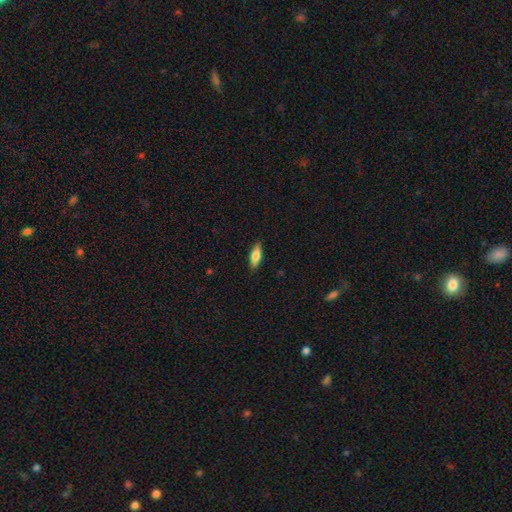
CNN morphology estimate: type=smooth (71%); roundness=in between (58%); merging=none (89%).